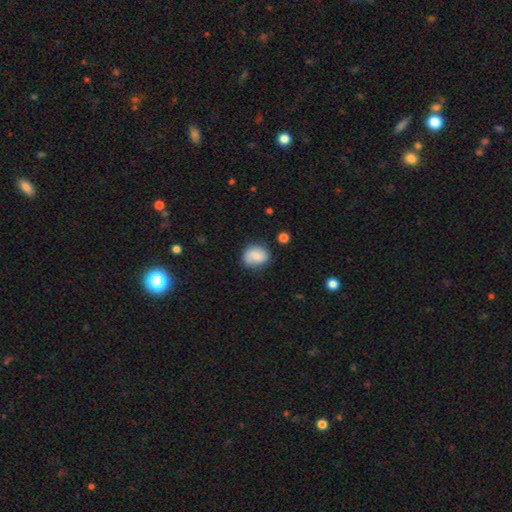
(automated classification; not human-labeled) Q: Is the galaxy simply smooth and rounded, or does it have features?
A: smooth — 72%.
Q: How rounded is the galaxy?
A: round — 51%.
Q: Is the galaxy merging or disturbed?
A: none — 69%.